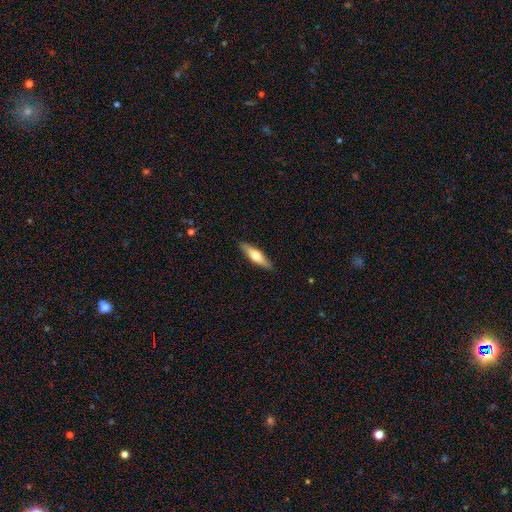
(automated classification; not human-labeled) Smooth or featured? featured or disk (48%)
Merging? none (90%)